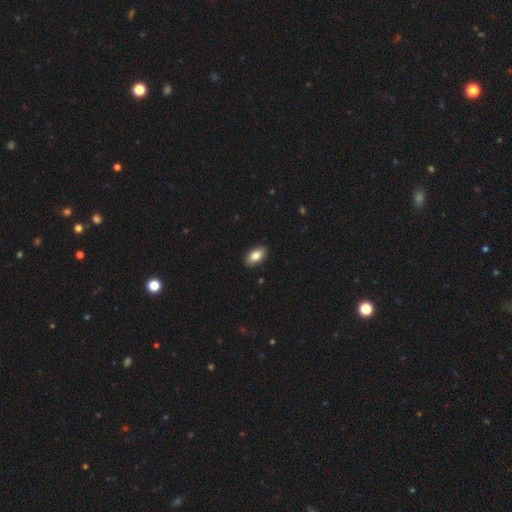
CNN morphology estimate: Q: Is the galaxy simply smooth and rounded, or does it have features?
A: smooth — 82%.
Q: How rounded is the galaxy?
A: in between — 94%.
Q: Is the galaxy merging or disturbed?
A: none — 91%.